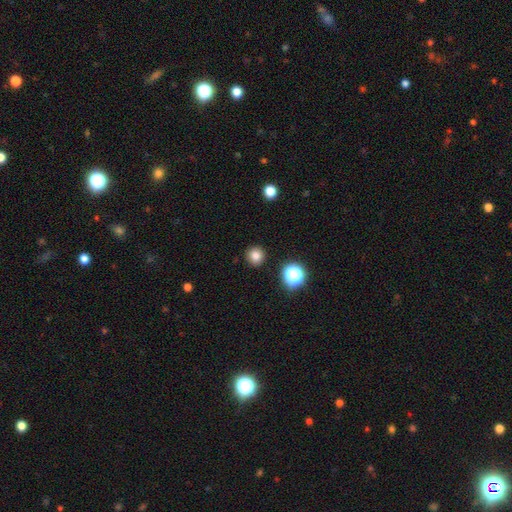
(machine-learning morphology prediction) type=smooth (81%); roundness=round (93%); merging=none (90%).